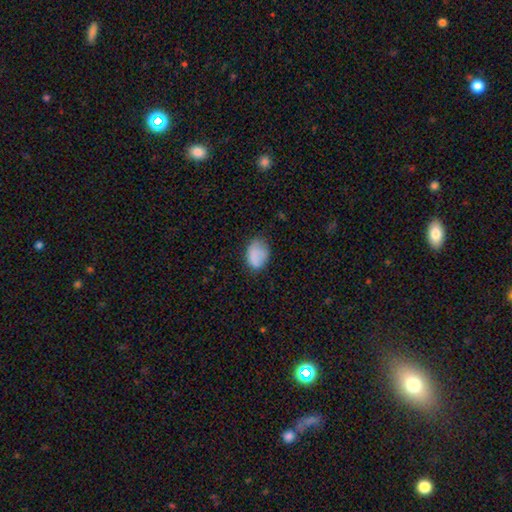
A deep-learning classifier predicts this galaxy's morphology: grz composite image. It shows a smooth galaxy with no disk features (83%) that is in between round and cigar-shaped (77%). Merging: none (63%).